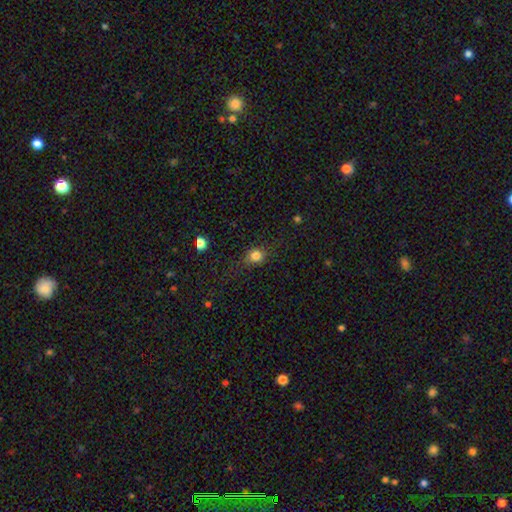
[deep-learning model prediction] Q: Smooth or featured?
A: smooth (80%); runner-up: star or artifact (12%)
Q: How rounded?
A: round (76%); runner-up: in between (23%)
Q: Merging?
A: none (75%); runner-up: minor disturbance (17%)